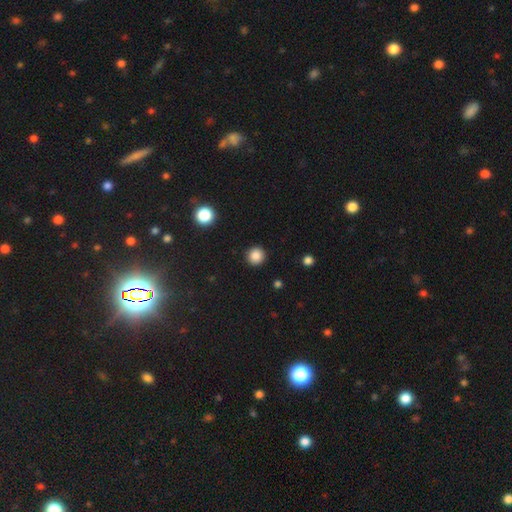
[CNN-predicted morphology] Smooth or featured? Predicted: smooth (p=0.87). How rounded? Predicted: round (p=0.94). Merging? Predicted: none (p=0.92).